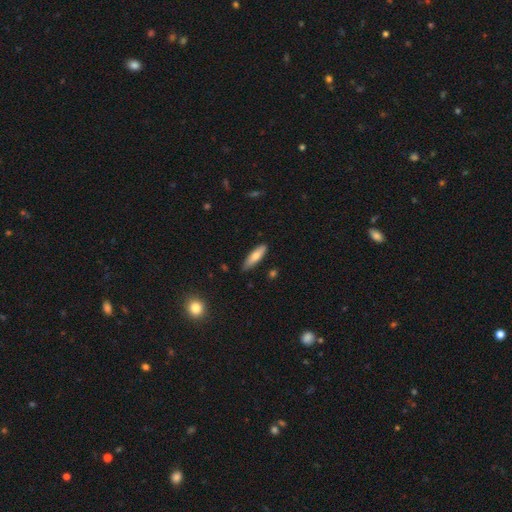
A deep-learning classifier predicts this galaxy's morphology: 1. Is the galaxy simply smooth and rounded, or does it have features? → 72% smooth, 22% featured or disk, 6% star or artifact.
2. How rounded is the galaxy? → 63% cigar-shaped, 36% in between, 2% round.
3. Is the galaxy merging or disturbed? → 85% none, 12% minor disturbance, 2% major disturbance, 1% merger.